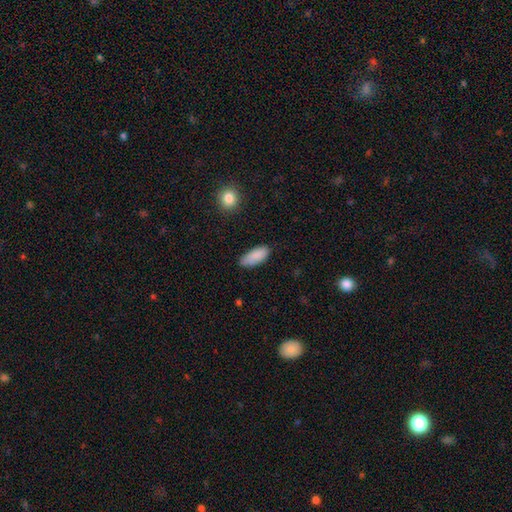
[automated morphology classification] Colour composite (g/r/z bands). It shows a smooth galaxy with no disk features (88%) that is in between round and cigar-shaped (85%). Merging: none (77%).